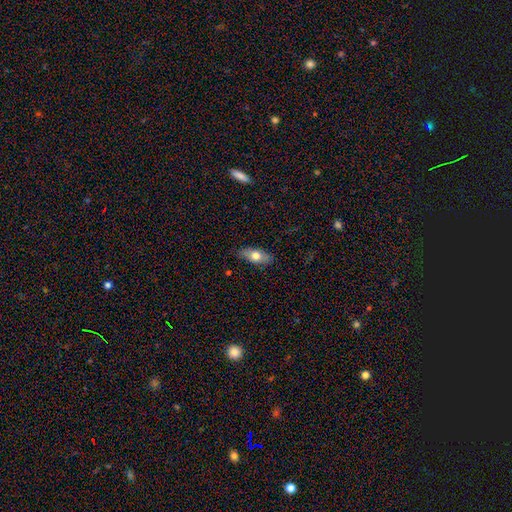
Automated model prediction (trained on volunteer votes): A smooth galaxy with no disk features (67%) that is in between round and cigar-shaped (83%).

Vote fractions:
- Smooth or featured? smooth: 67% / featured or disk: 26% / star or artifact: 7%
- How rounded? in between: 83% / cigar-shaped: 13% / round: 4%
- Merging? none: 83% / minor disturbance: 13% / major disturbance: 2% / merger: 1%